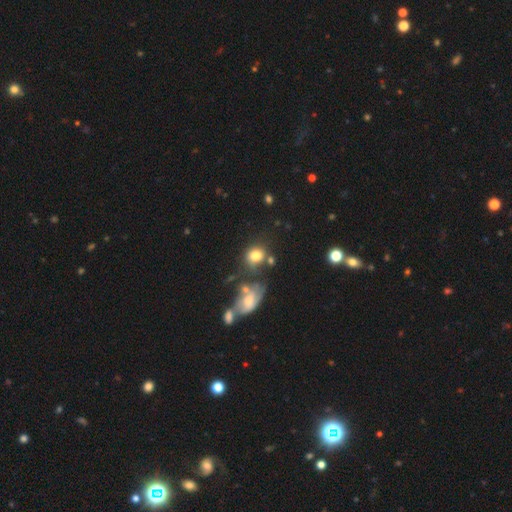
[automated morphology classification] Overall: smooth (76%). How rounded: round (57%; in between 42%). Merging: none (50%; merger 23%).